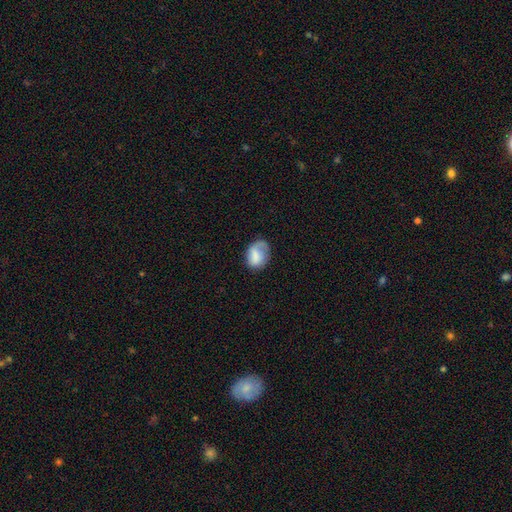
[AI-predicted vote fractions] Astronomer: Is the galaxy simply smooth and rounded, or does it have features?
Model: smooth — 67%.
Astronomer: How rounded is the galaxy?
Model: in between — 66%.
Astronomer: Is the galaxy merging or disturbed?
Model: none — 53%.